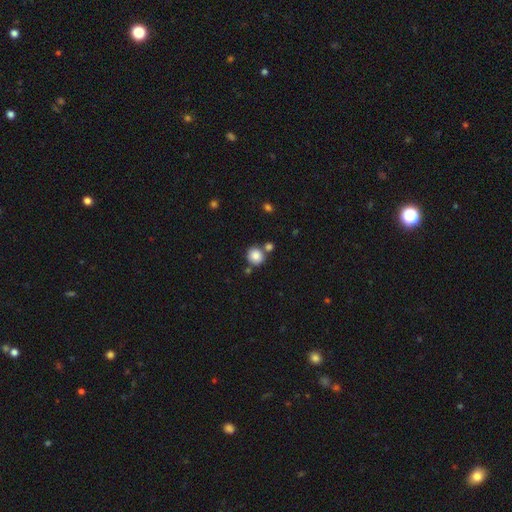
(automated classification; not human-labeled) smooth 85%, star or artifact 10%, featured or disk 6%. Down the decision tree: how rounded — round (87%); merging — none (69%).